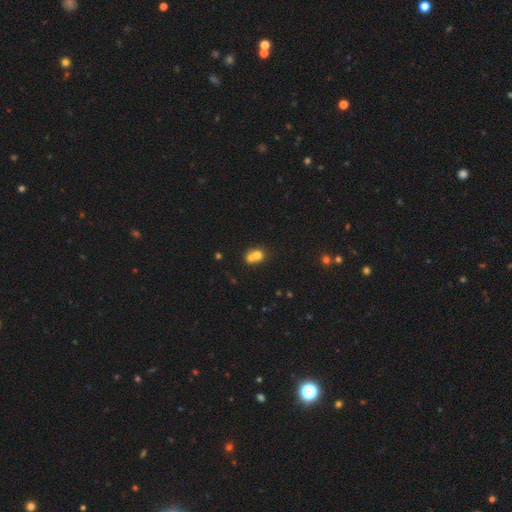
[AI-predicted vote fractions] Overall: smooth (68%). How rounded: round (73%). Merging: merger (64%; none 28%).